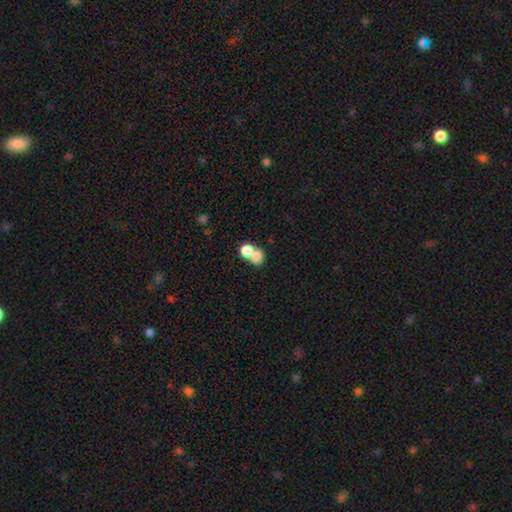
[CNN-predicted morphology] Q: Smooth or featured?
A: smooth (76%); runner-up: featured or disk (14%)
Q: How rounded?
A: round (66%); runner-up: in between (33%)
Q: Merging?
A: merger (67%); runner-up: none (24%)